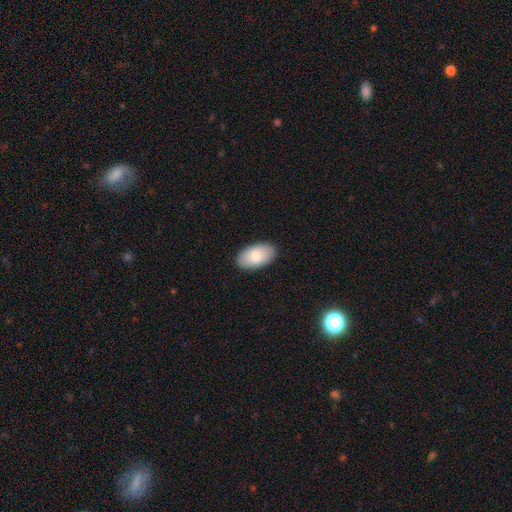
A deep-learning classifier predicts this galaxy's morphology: Smooth or featured?
  - smooth: 79% *
  - featured or disk: 15%
  - star or artifact: 6%
How rounded?
  - in between: 95% *
  - round: 4%
  - cigar-shaped: 1%
Merging?
  - none: 89% *
  - minor disturbance: 8%
  - major disturbance: 2%
  - merger: 1%